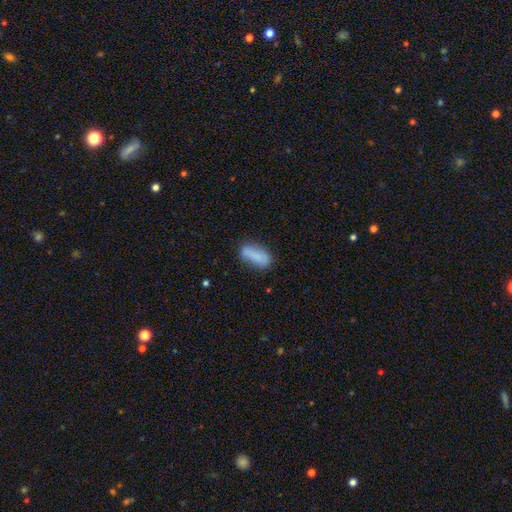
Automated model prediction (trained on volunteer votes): The model was most divided on "merging": none: 65%, minor disturbance: 21%, merger: 7%, major disturbance: 6%. More confident: how rounded — in between (81%); smooth or featured — smooth (78%).